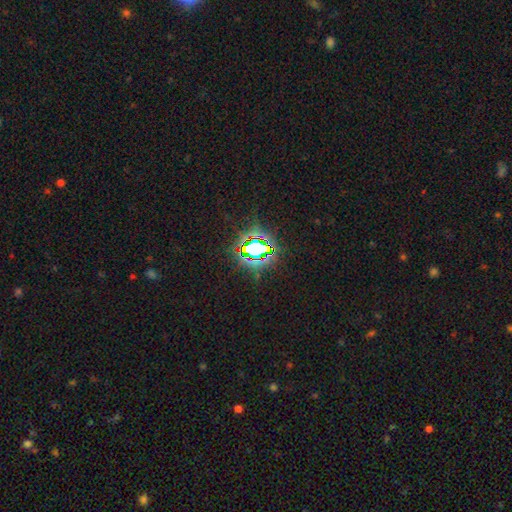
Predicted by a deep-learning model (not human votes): Overall: star or artifact (80%).